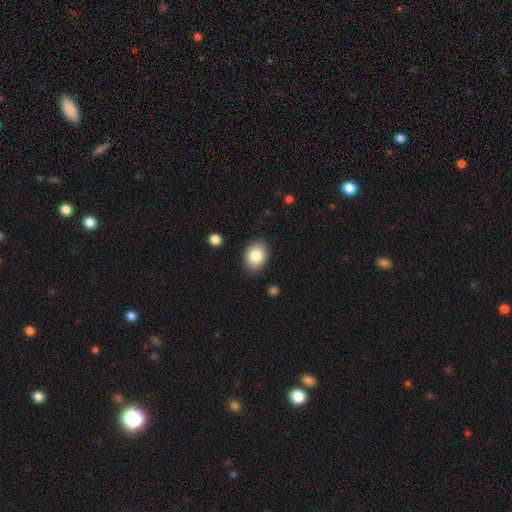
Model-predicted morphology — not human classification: A smooth galaxy with no disk features (84%) that is in between round and cigar-shaped (71%). Merging: none (88%).